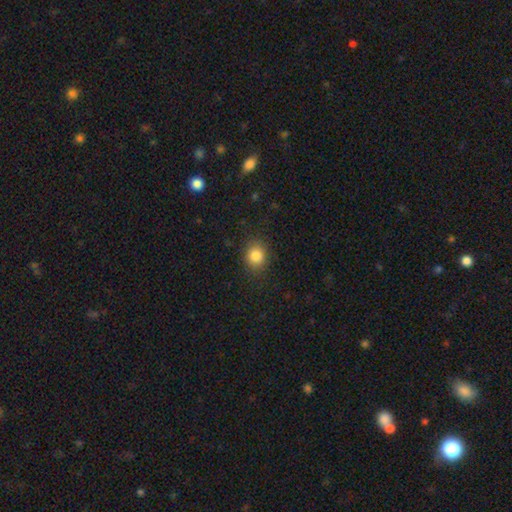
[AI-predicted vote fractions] Morphology: type=smooth (84%); roundness=round (73%); merging=none (87%).